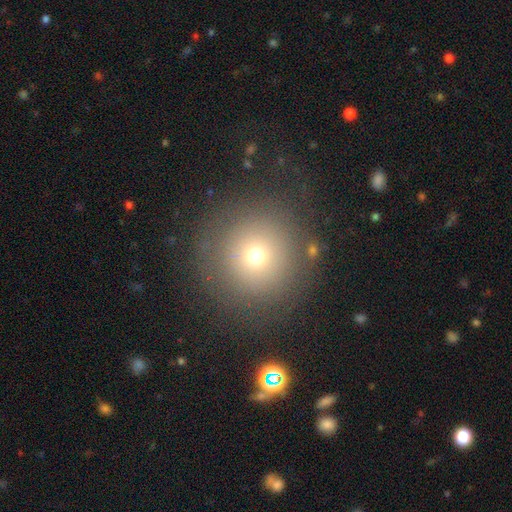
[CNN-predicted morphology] This is likely a smooth galaxy (69%). How rounded: clearly round (96%). Merging: clearly none (82%).